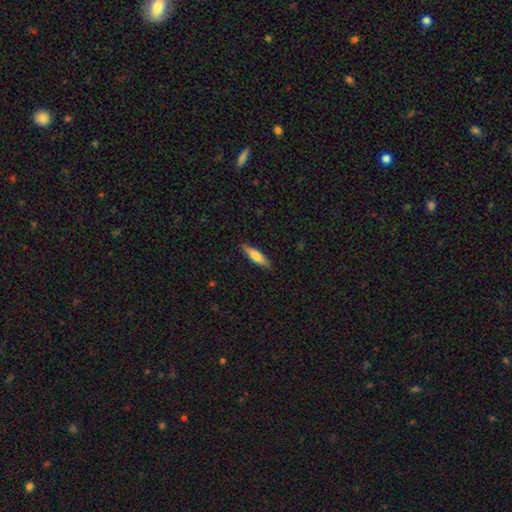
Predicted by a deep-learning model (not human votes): Morphology: type=smooth (66%); roundness=cigar-shaped (65%); merging=none (87%).